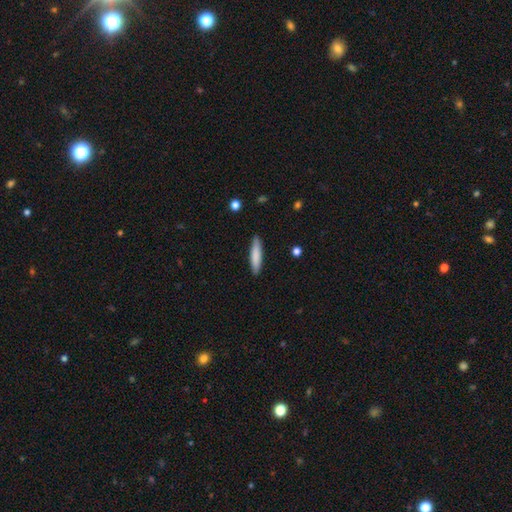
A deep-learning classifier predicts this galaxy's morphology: The model was most divided on "smooth or featured": smooth: 82%, featured or disk: 13%, star or artifact: 6%. More confident: merging — none (89%); how rounded — cigar-shaped (84%).